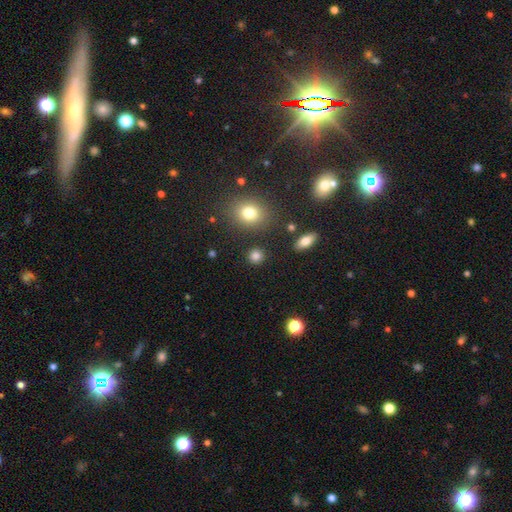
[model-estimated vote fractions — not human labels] smooth 83%, star or artifact 12%, featured or disk 5%. Down the decision tree: how rounded — round (88%); merging — none (89%).